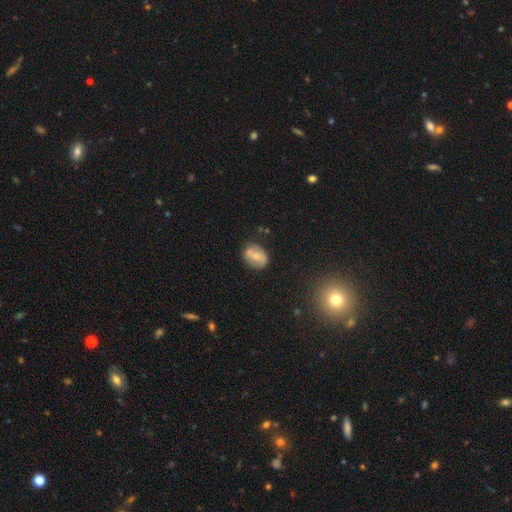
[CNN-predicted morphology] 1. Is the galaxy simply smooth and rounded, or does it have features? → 54% smooth, 37% featured or disk, 9% star or artifact.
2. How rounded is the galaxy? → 65% in between, 34% round, 2% cigar-shaped.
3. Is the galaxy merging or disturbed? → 68% none, 19% minor disturbance, 8% merger, 5% major disturbance.